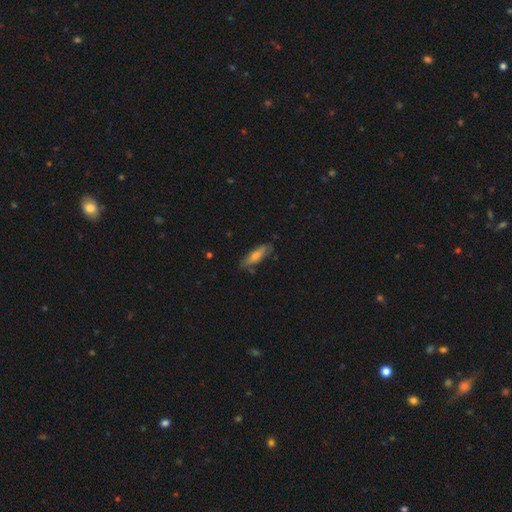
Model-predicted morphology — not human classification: The model was most divided on "how rounded": cigar-shaped: 58%, in between: 40%, round: 2%. More confident: merging — none (77%); smooth or featured — smooth (62%).